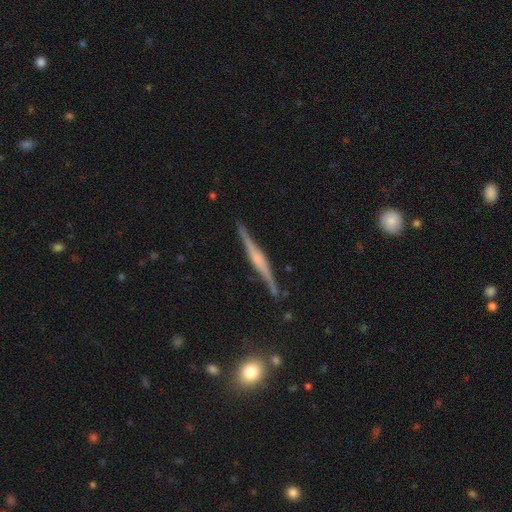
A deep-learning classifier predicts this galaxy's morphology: A featured or disk galaxy (80%) viewed edge-on (98%) with a rounded central bulge (54%).

Vote fractions:
- Smooth or featured? featured or disk: 80% / smooth: 14% / star or artifact: 6%
- Edge-on disk? yes: 98% / no: 2%
- Edge-on bulge? rounded: 54% / boxy: 29% / none: 17%
- Merging? none: 86% / minor disturbance: 10% / major disturbance: 2% / merger: 2%